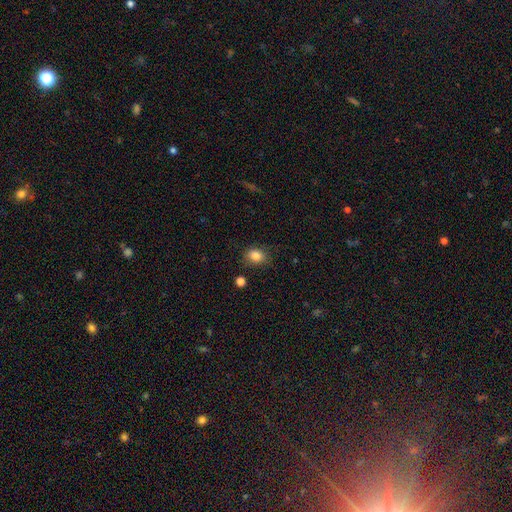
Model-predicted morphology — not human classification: The model was most divided on "how rounded": round: 50%, in between: 49%, cigar-shaped: 1%. More confident: smooth or featured — smooth (83%); merging — none (81%).